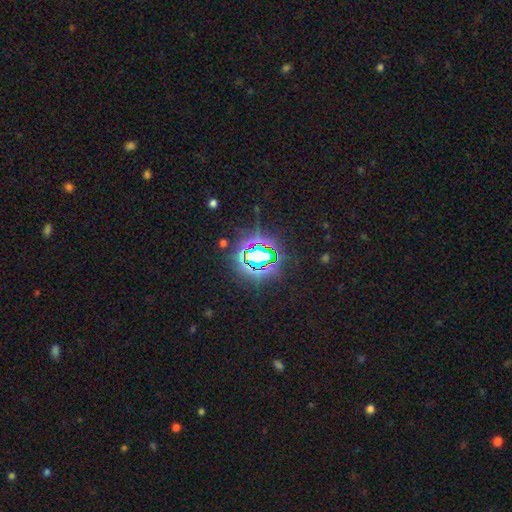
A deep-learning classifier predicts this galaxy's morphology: The model was most divided on "smooth or featured": star or artifact: 76%, smooth: 14%, featured or disk: 10%.